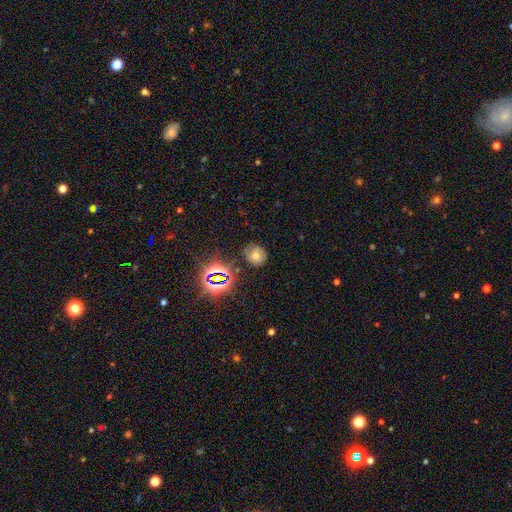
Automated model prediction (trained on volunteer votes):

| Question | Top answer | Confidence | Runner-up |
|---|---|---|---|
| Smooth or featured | smooth | 50% | star or artifact (36%) |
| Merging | none | 77% | minor disturbance (15%) |